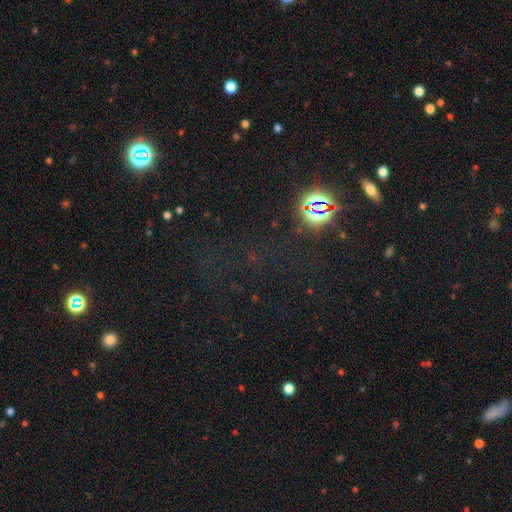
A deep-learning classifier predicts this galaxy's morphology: type=star or artifact (70%).